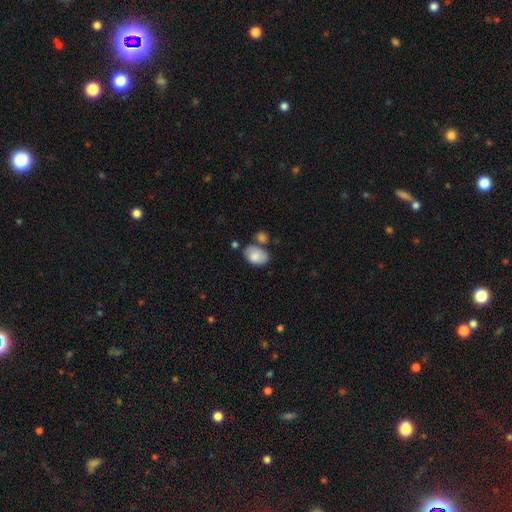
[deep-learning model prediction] smooth-or-featured: smooth: 82% | featured or disk: 12% | star or artifact: 7%
  how-rounded: in between: 87% | round: 12% | cigar-shaped: 1%
  merging: none: 52% | merger: 21% | minor disturbance: 20% | major disturbance: 7%